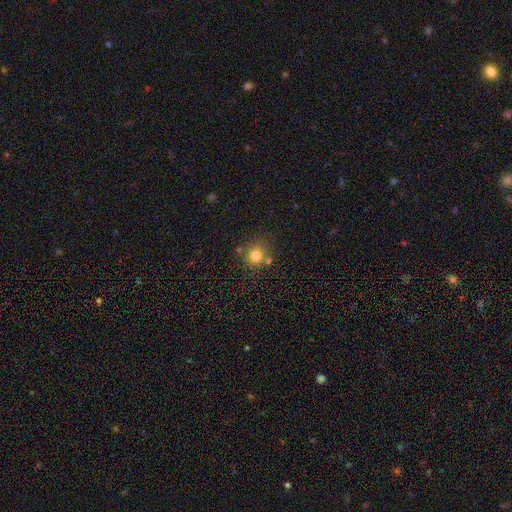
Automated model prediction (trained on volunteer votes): A smooth galaxy with no disk features (79%) that is round (84%). Merging: none (71%).